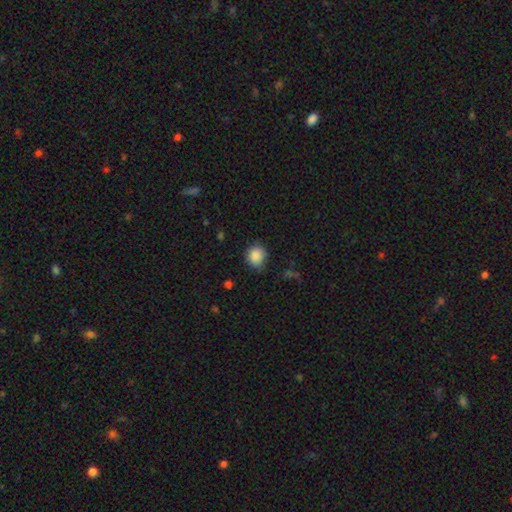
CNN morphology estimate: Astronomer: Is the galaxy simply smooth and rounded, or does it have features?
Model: smooth — 87%.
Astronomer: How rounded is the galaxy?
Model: round — 81%.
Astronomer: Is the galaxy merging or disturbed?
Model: none — 71%.